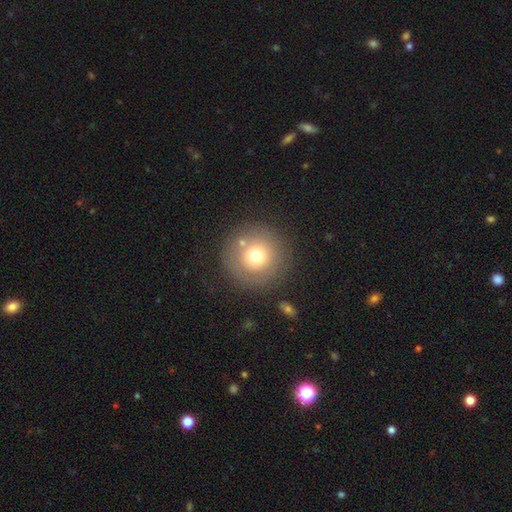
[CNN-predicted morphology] A smooth galaxy with no disk features (66%) that is round (96%).

Vote fractions:
- Smooth or featured? smooth: 66% / featured or disk: 23% / star or artifact: 10%
- How rounded? round: 96% / in between: 3% / cigar-shaped: 1%
- Merging? none: 81% / minor disturbance: 10% / major disturbance: 5% / merger: 4%